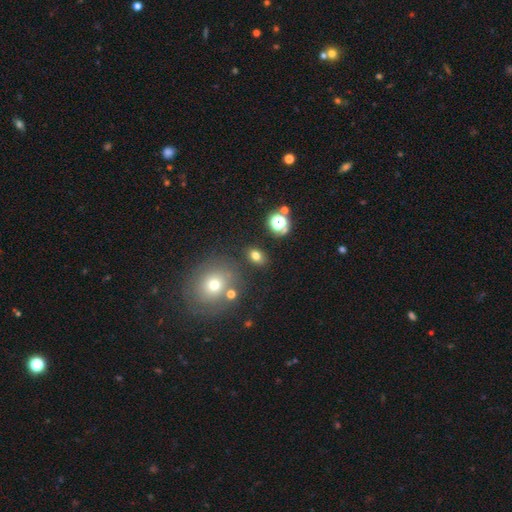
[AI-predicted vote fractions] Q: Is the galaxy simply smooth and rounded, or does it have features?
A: smooth — 75%.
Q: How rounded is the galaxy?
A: in between — 79%.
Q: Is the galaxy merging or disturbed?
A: none — 80%.